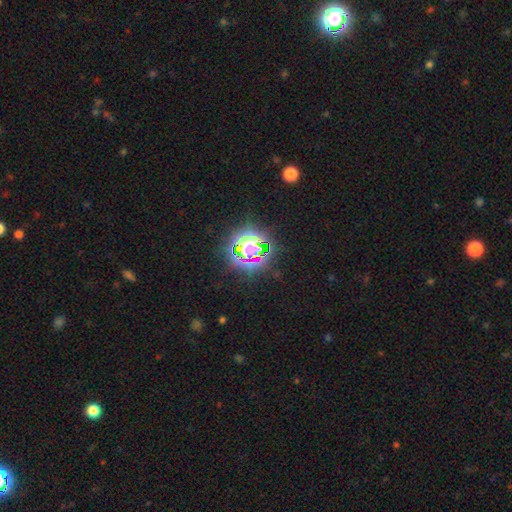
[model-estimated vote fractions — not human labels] Smooth or featured?
  - star or artifact: 70% *
  - smooth: 20%
  - featured or disk: 10%